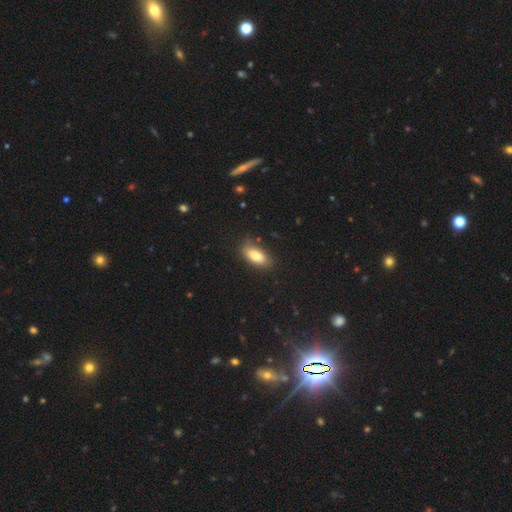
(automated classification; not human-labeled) Overall: smooth (83%). How rounded: in between (87%). Merging: none (79%).